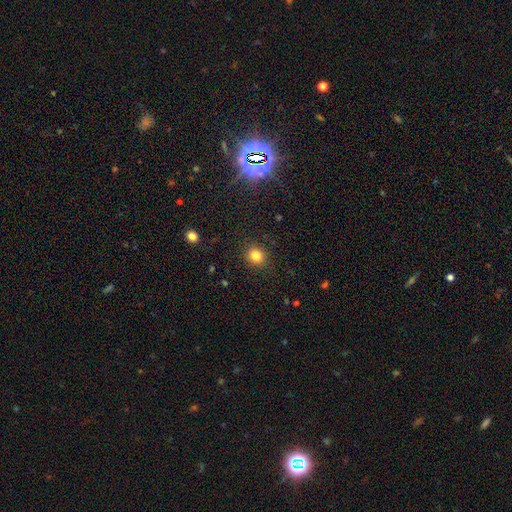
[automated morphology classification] Smooth or featured? smooth (82%)
How rounded? round (81%)
Merging? none (88%)